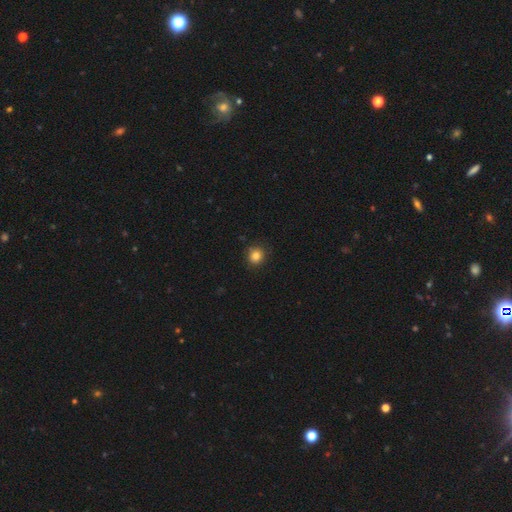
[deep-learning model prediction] Overall: smooth (84%). How rounded: round (86%). Merging: none (85%).